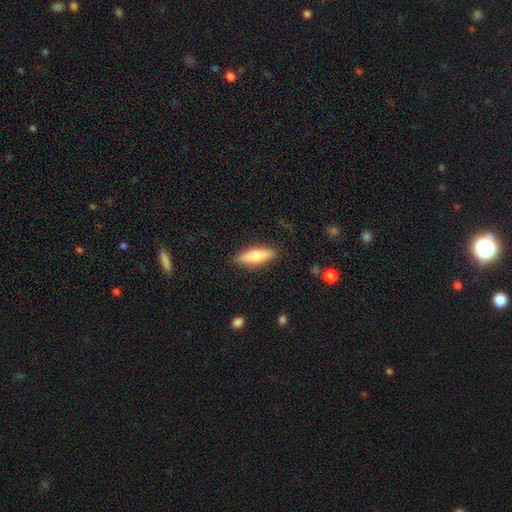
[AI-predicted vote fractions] Smooth or featured? Predicted: smooth (p=0.74). How rounded? Predicted: cigar-shaped (p=0.49, tied with in between). Merging? Predicted: none (p=0.86).